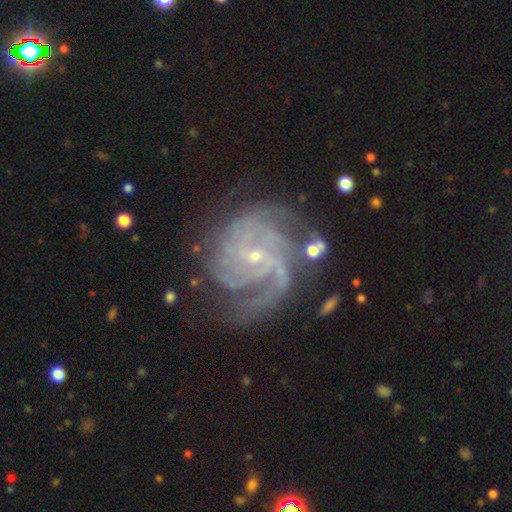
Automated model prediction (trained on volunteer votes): Overall: featured or disk (90%). Edge-on disk: no (98%). Bar: no (49%; weak 40%). Spiral arms: yes (98%). Spiral arm count: 3 (29%; 4 22%). Spiral winding: tight (52%; medium 40%). Bulge size: small (82%). Merging: none (66%).